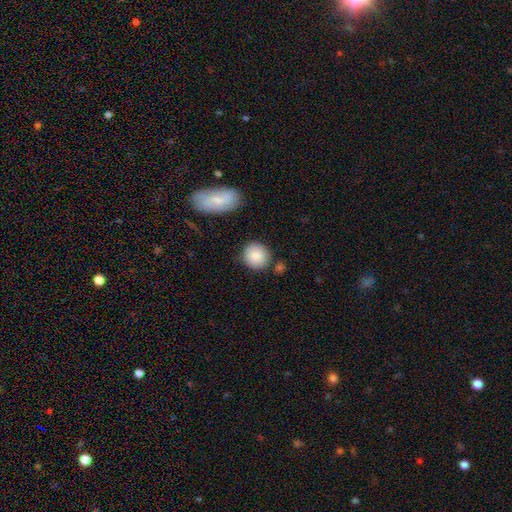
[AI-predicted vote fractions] Overall: smooth (87%). How rounded: round (89%). Merging: none (81%).